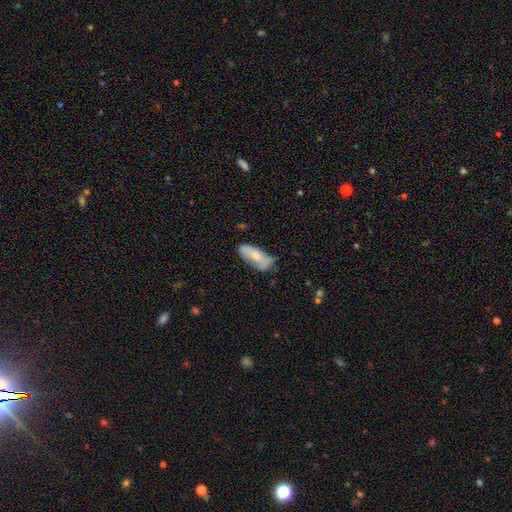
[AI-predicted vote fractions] Smooth or featured? Predicted: smooth (p=0.65). How rounded? Predicted: in between (p=0.81). Merging? Predicted: none (p=0.49).